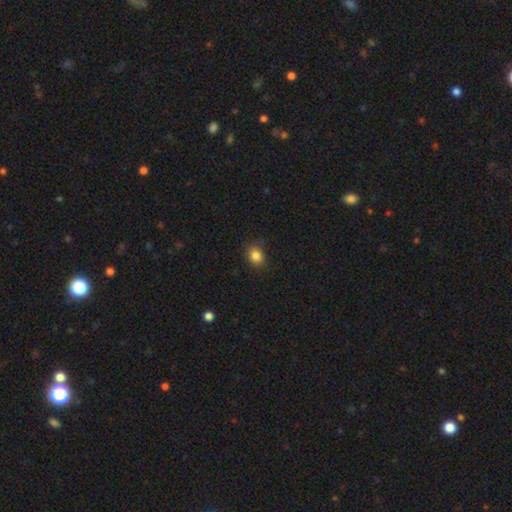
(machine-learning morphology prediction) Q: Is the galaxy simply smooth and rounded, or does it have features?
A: smooth — 84%.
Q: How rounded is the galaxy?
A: in between — 53%.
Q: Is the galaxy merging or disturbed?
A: none — 79%.